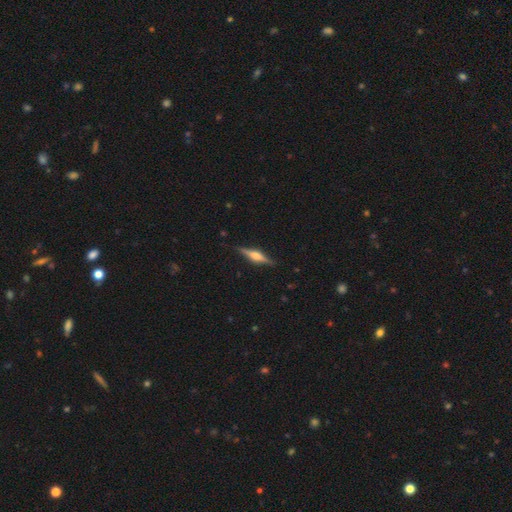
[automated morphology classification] smooth-or-featured: featured or disk: 73% | smooth: 21% | star or artifact: 6%
  disk-edge-on: yes: 97% | no: 3%
    edge-on-bulge: rounded: 87% | boxy: 11% | none: 3%
  merging: none: 89% | minor disturbance: 8% | major disturbance: 2% | merger: 1%